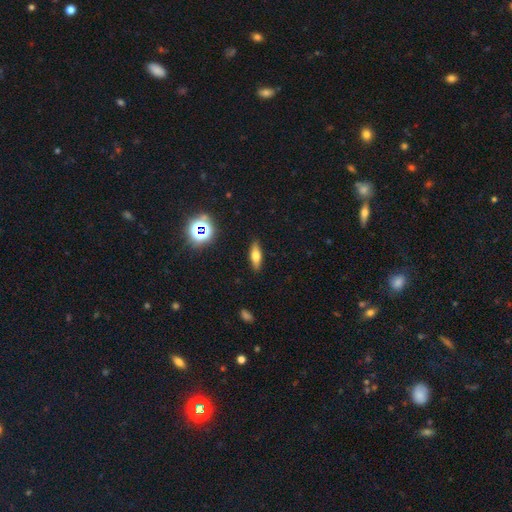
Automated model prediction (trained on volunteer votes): Overall: smooth (58%; featured or disk 30%). How rounded: in between (54%; cigar-shaped 41%). Merging: none (89%).